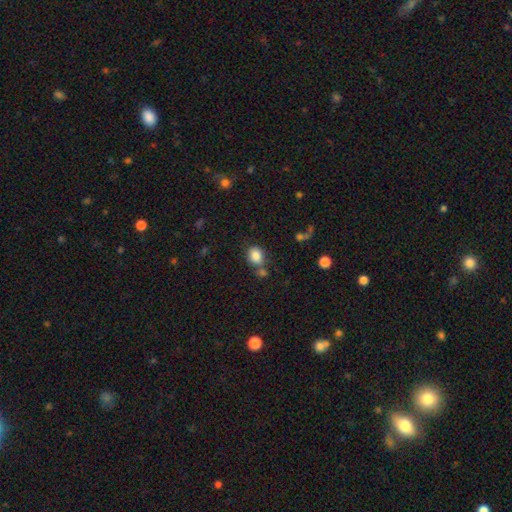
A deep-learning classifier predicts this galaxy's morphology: Smooth or featured? smooth (85%)
How rounded? in between (50%)
Merging? none (59%)